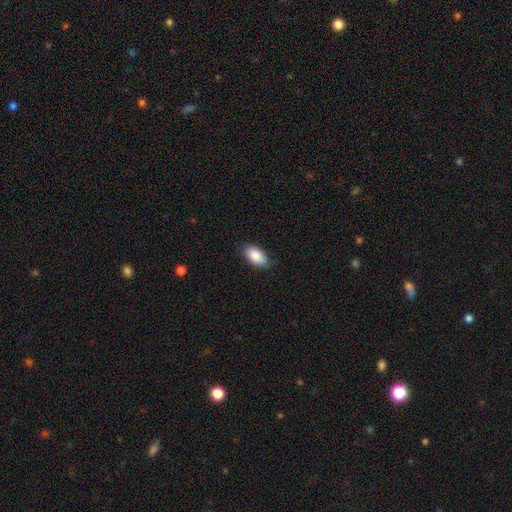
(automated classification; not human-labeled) A smooth galaxy with no disk features (89%) that is in between round and cigar-shaped (94%). Merging: none (83%).